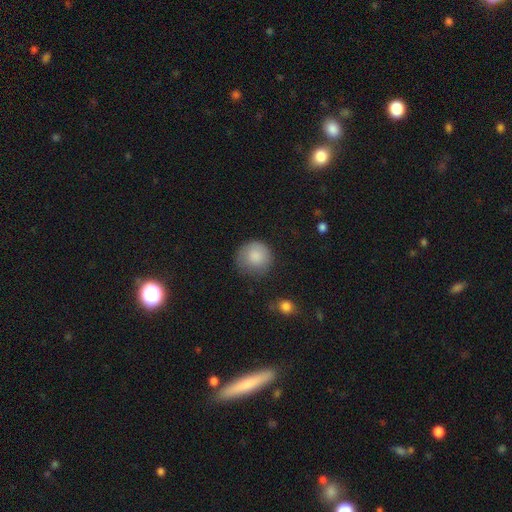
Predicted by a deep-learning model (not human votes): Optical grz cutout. It shows a smooth galaxy with no disk features (86%) that is round (92%). Merging: none (70%).